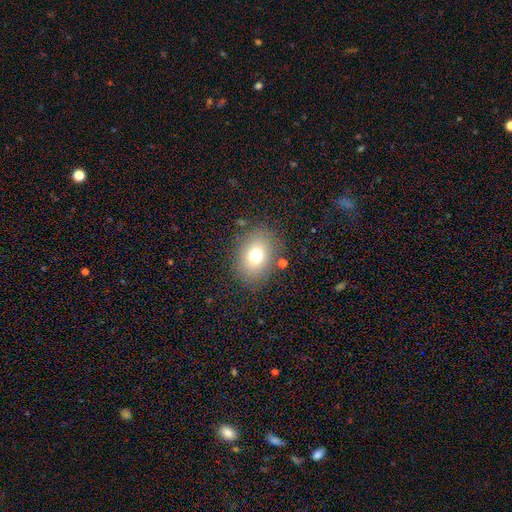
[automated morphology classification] Q: Smooth or featured?
A: smooth (73%); runner-up: featured or disk (14%)
Q: How rounded?
A: in between (62%); runner-up: round (37%)
Q: Merging?
A: none (83%); runner-up: minor disturbance (10%)